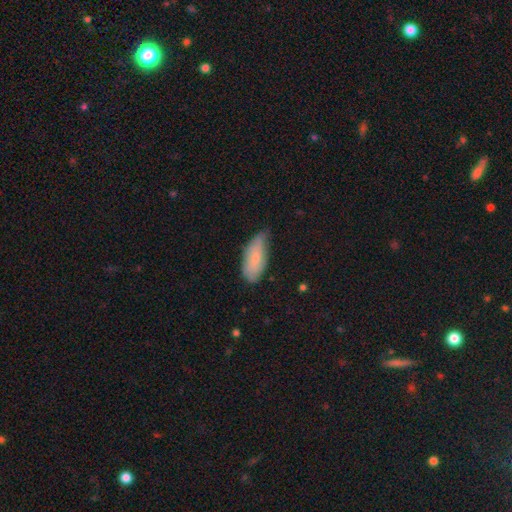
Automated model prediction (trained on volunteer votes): This appears to be a smooth galaxy with no disk features (75%) that is in between round and cigar-shaped (84%). Merging: none (52%).